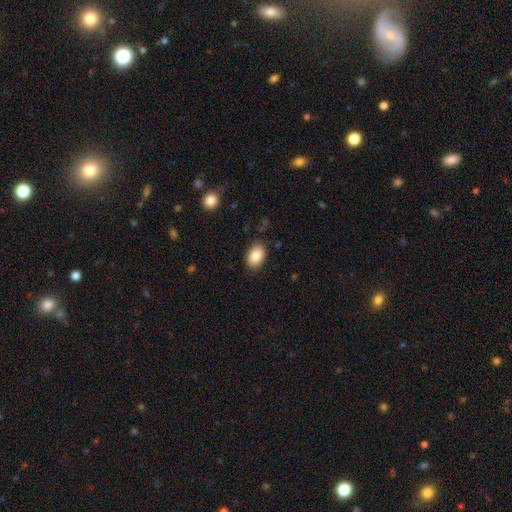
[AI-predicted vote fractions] A smooth galaxy with no disk features (87%) that is in between round and cigar-shaped (84%). Merging: none (84%).